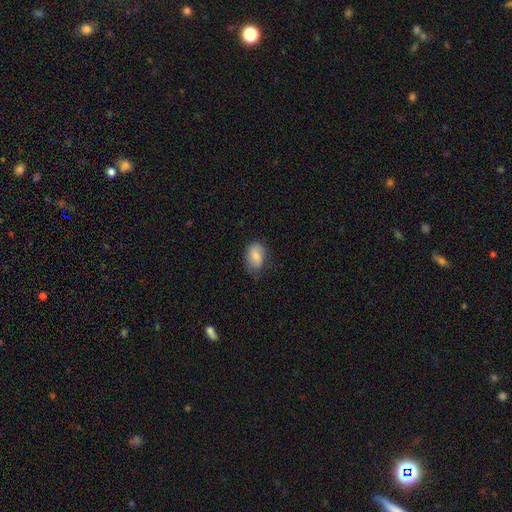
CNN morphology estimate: Smooth or featured: smooth — 80% (featured or disk — 13%)
How rounded: in between — 85% (round — 14%)
Merging: none — 69% (minor disturbance — 24%)